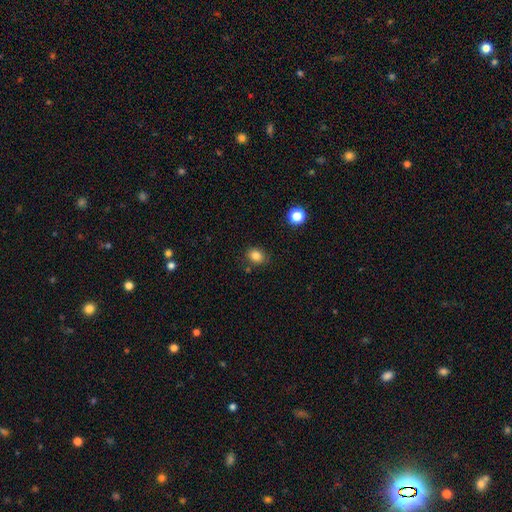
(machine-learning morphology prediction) smooth-or-featured: smooth: 83% | star or artifact: 11% | featured or disk: 6%
  how-rounded: in between: 52% | round: 47% | cigar-shaped: 1%
  merging: none: 80% | minor disturbance: 14% | merger: 3% | major disturbance: 3%